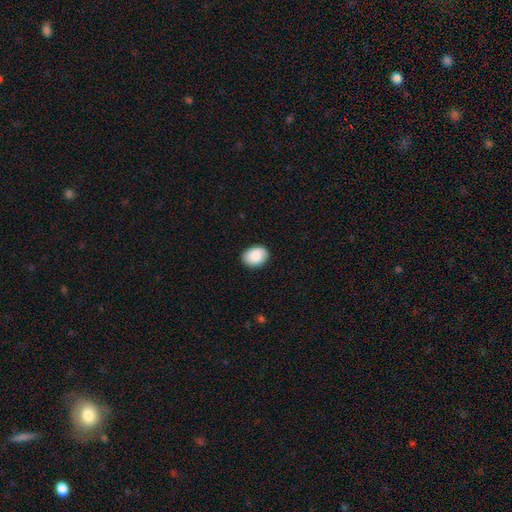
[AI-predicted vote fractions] smooth_or_featured: smooth (p=0.87) [alt: featured or disk p=0.07]
how_rounded: in between (p=0.71) [alt: round p=0.28]
merging: none (p=0.86) [alt: minor disturbance p=0.11]